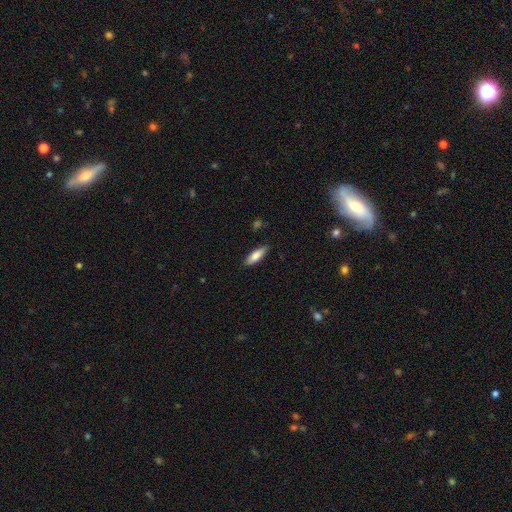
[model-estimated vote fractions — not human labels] Smooth or featured? smooth (80%)
How rounded? in between (53%)
Merging? none (86%)